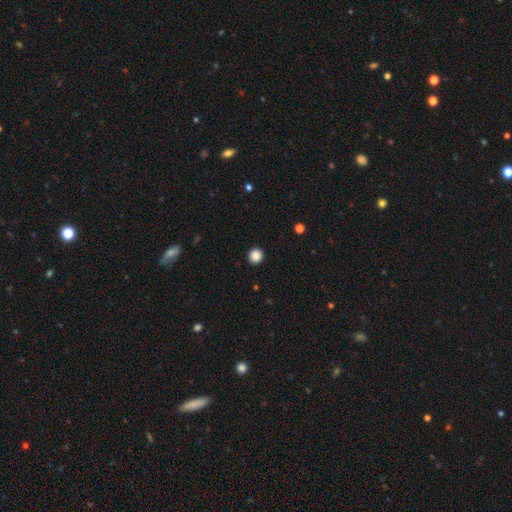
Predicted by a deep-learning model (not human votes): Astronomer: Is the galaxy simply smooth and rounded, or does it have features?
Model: smooth — 87%.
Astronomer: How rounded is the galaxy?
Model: round — 95%.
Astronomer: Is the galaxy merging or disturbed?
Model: none — 94%.